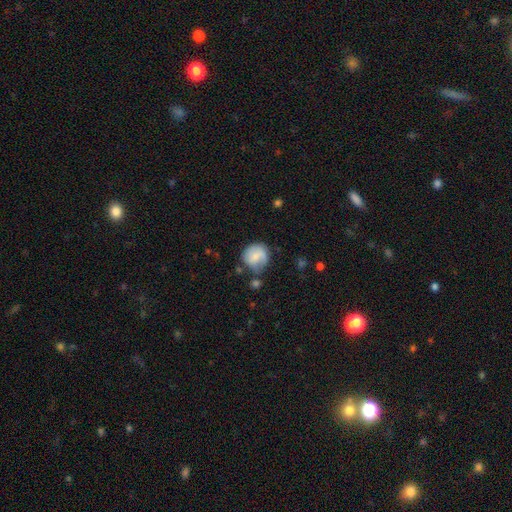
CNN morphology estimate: Smooth or featured? smooth (66%)
How rounded? round (84%)
Merging? none (55%)